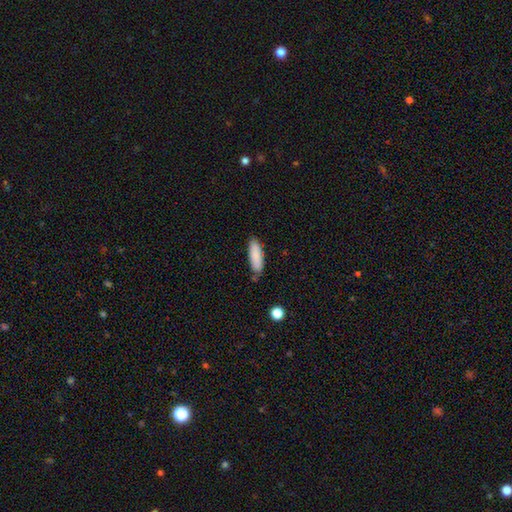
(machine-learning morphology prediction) Smooth or featured?
  - smooth: 87% *
  - featured or disk: 7%
  - star or artifact: 6%
How rounded?
  - in between: 53% *
  - cigar-shaped: 45%
  - round: 2%
Merging?
  - none: 76% *
  - minor disturbance: 17%
  - merger: 4%
  - major disturbance: 3%